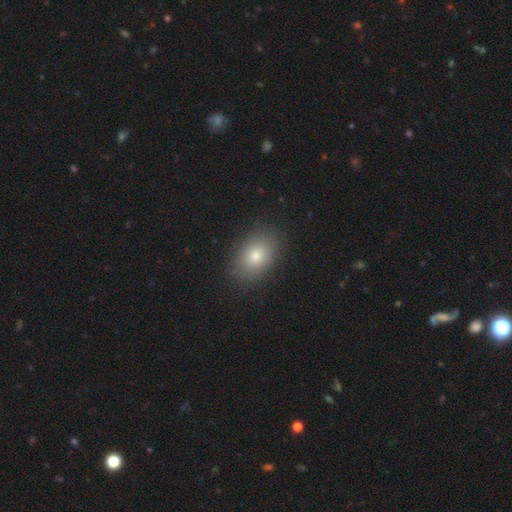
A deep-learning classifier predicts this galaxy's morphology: Overall: smooth (78%). How rounded: in between (81%). Merging: none (88%).